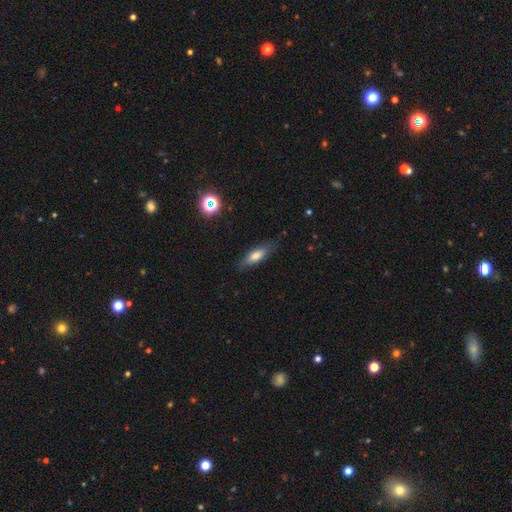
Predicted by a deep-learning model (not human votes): This is likely a smooth galaxy (68%). How rounded: possibly in between (53%). Merging: likely none (77%).